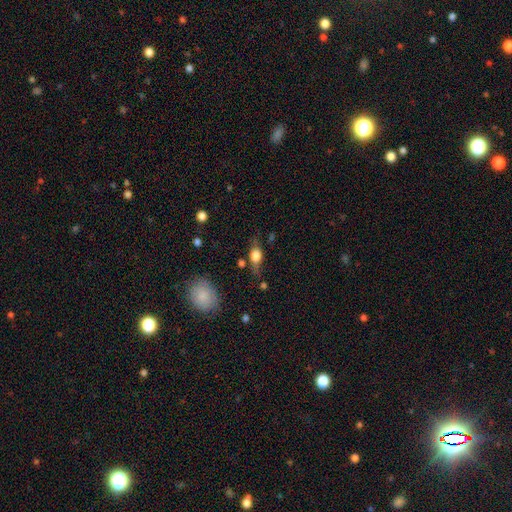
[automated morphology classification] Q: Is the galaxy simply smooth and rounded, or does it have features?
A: smooth — 55%.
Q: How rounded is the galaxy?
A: in between — 64%.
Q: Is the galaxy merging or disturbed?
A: none — 68%.